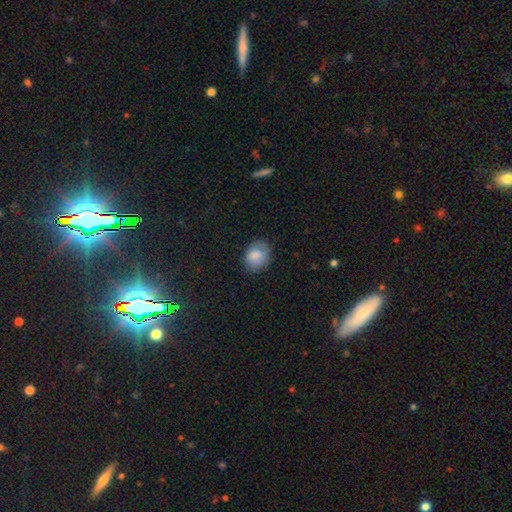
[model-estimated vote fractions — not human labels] Overall: smooth (84%). How rounded: in between (61%; round 38%). Merging: none (74%).